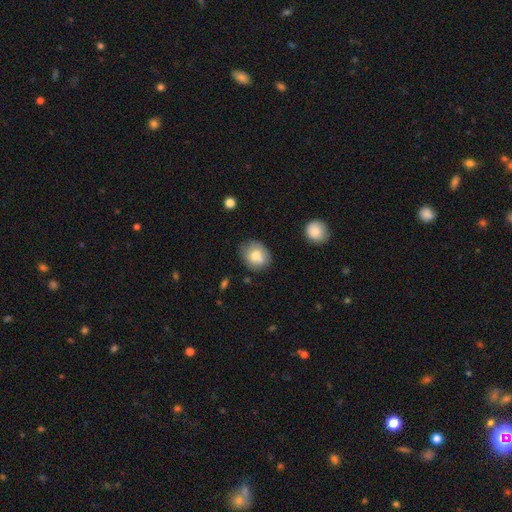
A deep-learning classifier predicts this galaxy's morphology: Q: Smooth or featured?
A: smooth (73%); runner-up: featured or disk (19%)
Q: How rounded?
A: round (57%); runner-up: in between (42%)
Q: Merging?
A: none (69%); runner-up: minor disturbance (20%)